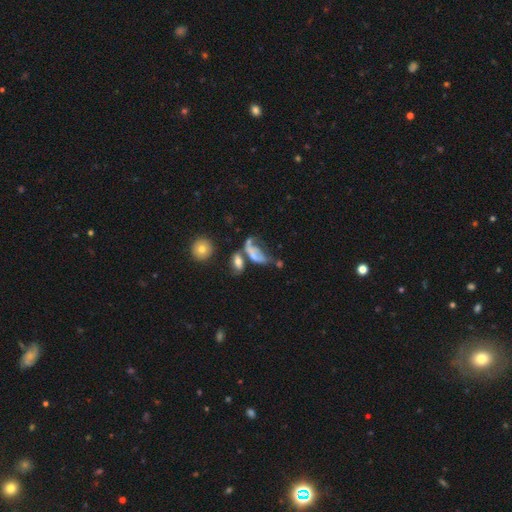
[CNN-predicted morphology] Smooth or featured? Predicted: smooth (p=0.52). How rounded? Predicted: in between (p=0.74). Merging? Predicted: merger (p=0.36).